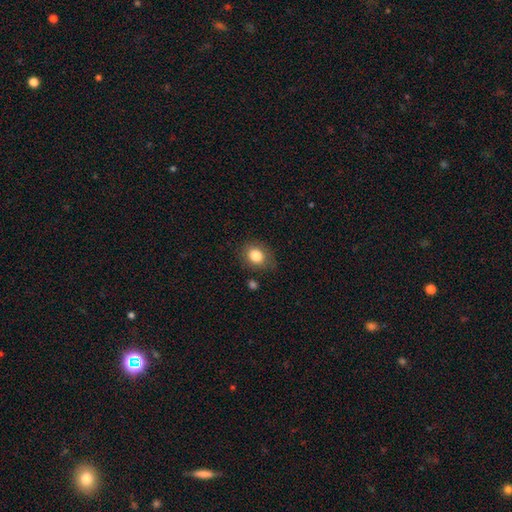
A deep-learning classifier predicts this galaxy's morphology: A smooth galaxy with no disk features (83%) that is round (53%).

Vote fractions:
- Smooth or featured? smooth: 83% / star or artifact: 10% / featured or disk: 8%
- How rounded? round: 53% / in between: 46% / cigar-shaped: 1%
- Merging? none: 77% / minor disturbance: 16% / major disturbance: 4% / merger: 2%